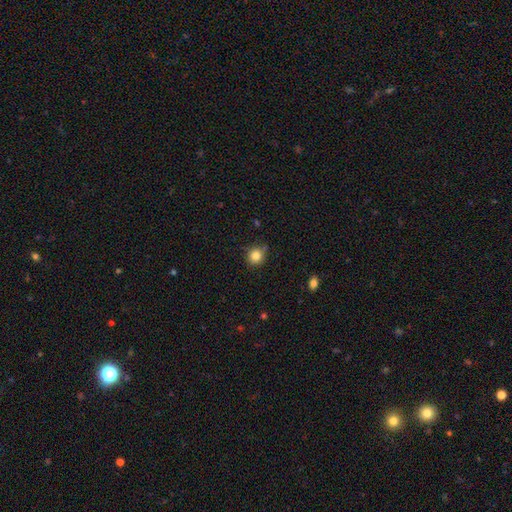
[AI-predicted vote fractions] Smooth or featured? Predicted: smooth (p=0.83). How rounded? Predicted: round (p=0.90). Merging? Predicted: none (p=0.80).